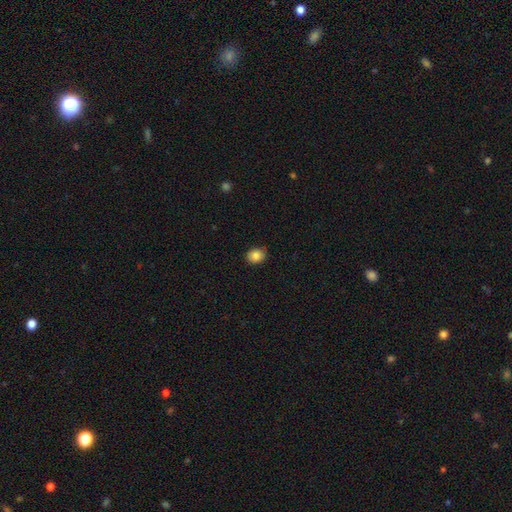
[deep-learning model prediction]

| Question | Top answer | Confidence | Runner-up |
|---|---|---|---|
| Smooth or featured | smooth | 85% | star or artifact (10%) |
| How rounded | round | 57% | in between (42%) |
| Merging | none | 88% | minor disturbance (9%) |